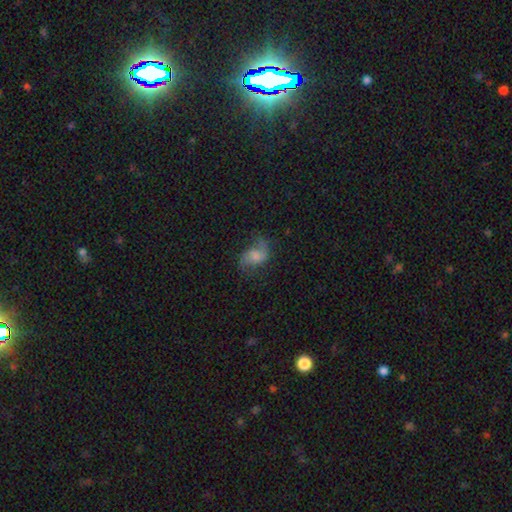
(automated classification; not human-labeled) The model was most divided on "bulge size": moderate: 31%, small: 28%, none: 23%, large: 15%, dominant: 3%. More confident: edge-on disk — no (97%); spiral arms — yes (86%); merging — none (56%); bar — no (53%); smooth or featured — featured or disk (52%).